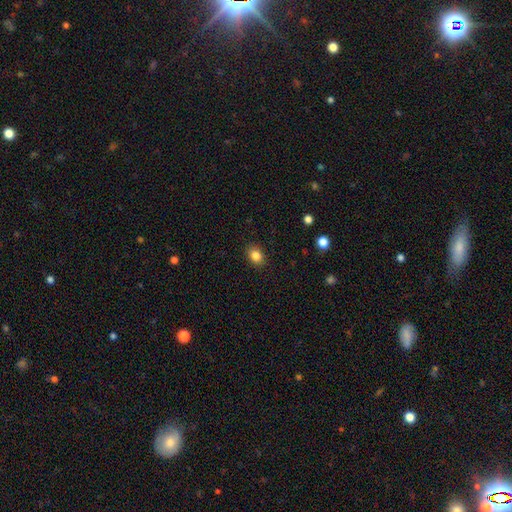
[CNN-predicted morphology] smooth_or_featured: smooth (p=0.84) [alt: star or artifact p=0.10]
how_rounded: in between (p=0.64) [alt: round p=0.35]
merging: none (p=0.88) [alt: minor disturbance p=0.08]